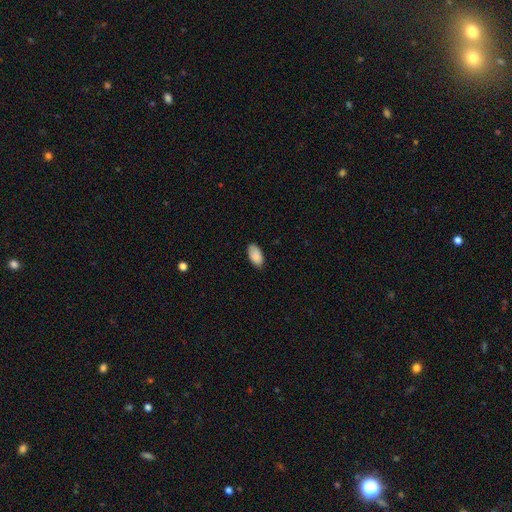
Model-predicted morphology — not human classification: Smooth or featured: smooth — 89% (star or artifact — 7%)
How rounded: in between — 95% (cigar-shaped — 3%)
Merging: none — 81% (minor disturbance — 15%)